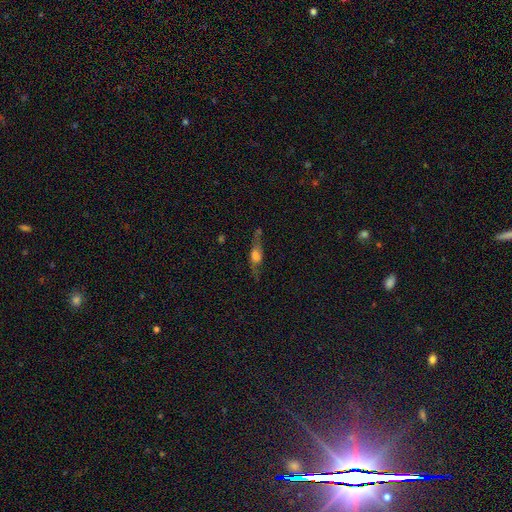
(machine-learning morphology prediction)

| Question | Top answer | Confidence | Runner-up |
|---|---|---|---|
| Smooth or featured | featured or disk | 48% | smooth (41%) |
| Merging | none | 59% | minor disturbance (23%) |